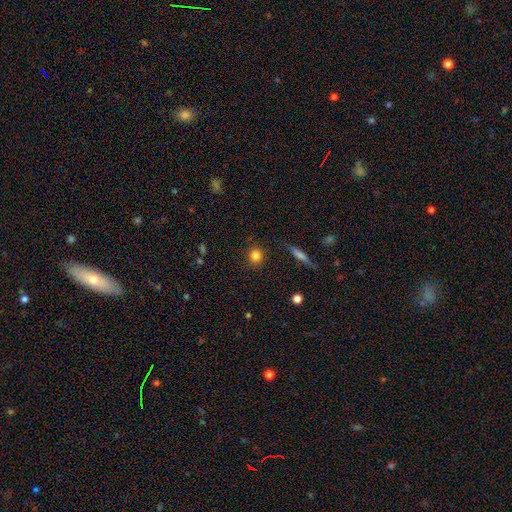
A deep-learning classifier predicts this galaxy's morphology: smooth-or-featured: smooth: 83% | star or artifact: 11% | featured or disk: 6%
  how-rounded: round: 87% | in between: 11% | cigar-shaped: 2%
  merging: none: 88% | minor disturbance: 8% | major disturbance: 2% | merger: 2%